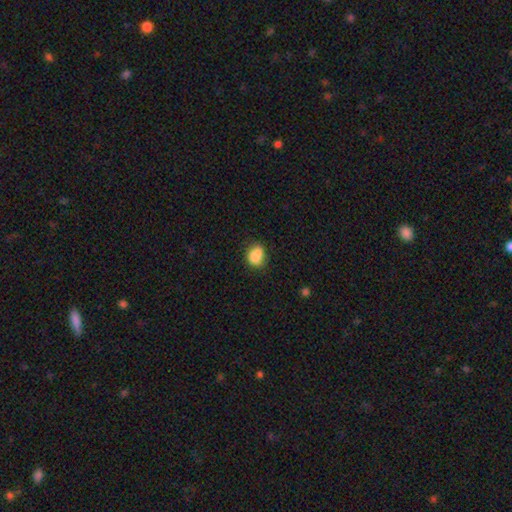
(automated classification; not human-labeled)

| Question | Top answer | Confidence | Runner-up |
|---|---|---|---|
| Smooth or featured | smooth | 81% | star or artifact (9%) |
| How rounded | in between | 60% | round (39%) |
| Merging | none | 51% | minor disturbance (22%) |